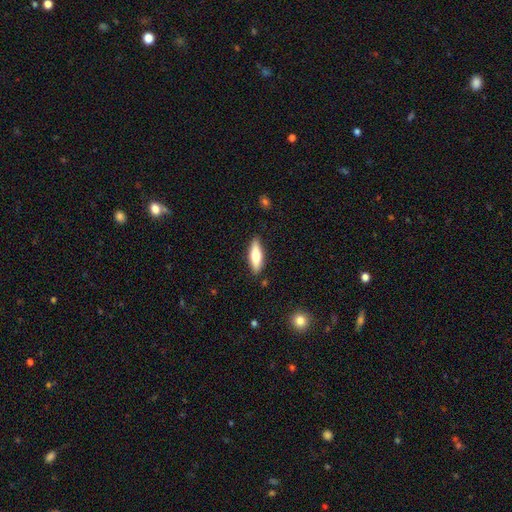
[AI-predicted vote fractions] Smooth or featured?
  - smooth: 66% *
  - featured or disk: 28%
  - star or artifact: 6%
How rounded?
  - cigar-shaped: 52% *
  - in between: 46%
  - round: 2%
Merging?
  - none: 86% *
  - minor disturbance: 10%
  - major disturbance: 2%
  - merger: 1%